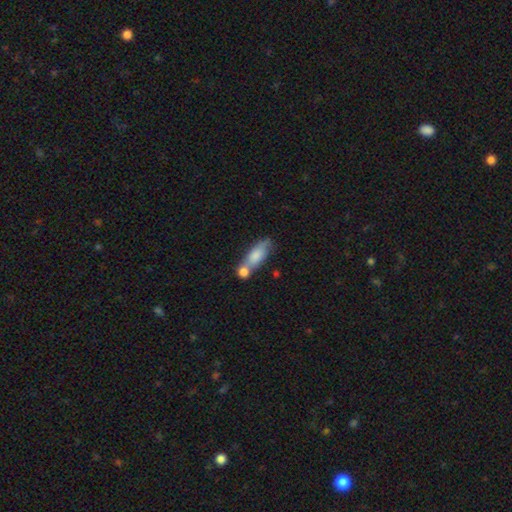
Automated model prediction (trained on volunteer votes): Morphology: type=smooth (74%); roundness=in between (63%); merging=merger (42%).